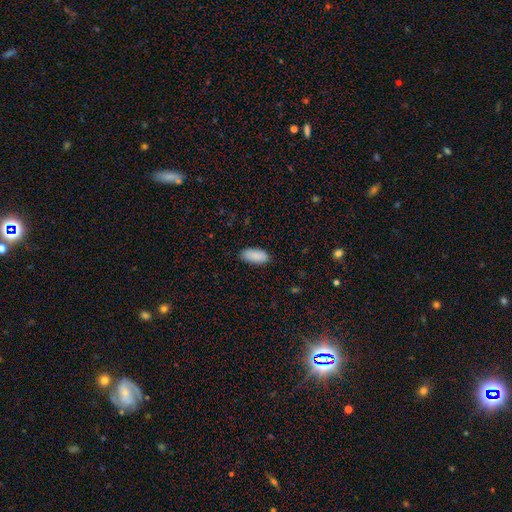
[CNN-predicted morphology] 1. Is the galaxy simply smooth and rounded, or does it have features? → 90% smooth, 6% star or artifact, 4% featured or disk.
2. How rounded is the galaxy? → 91% in between, 7% cigar-shaped, 2% round.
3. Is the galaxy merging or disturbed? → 85% none, 12% minor disturbance, 2% major disturbance, 1% merger.